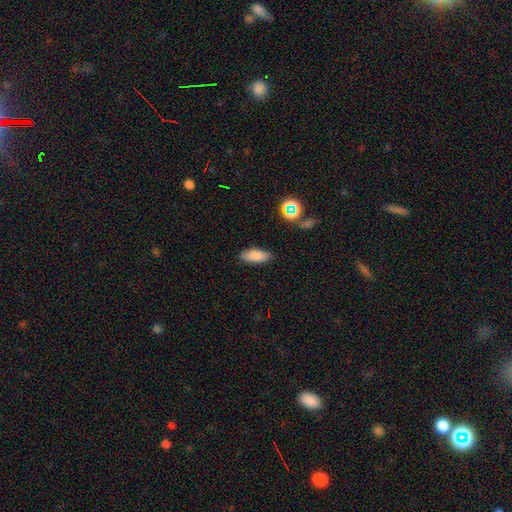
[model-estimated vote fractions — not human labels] This is clearly a smooth galaxy (83%). How rounded: likely in between (76%). Merging: clearly none (85%).